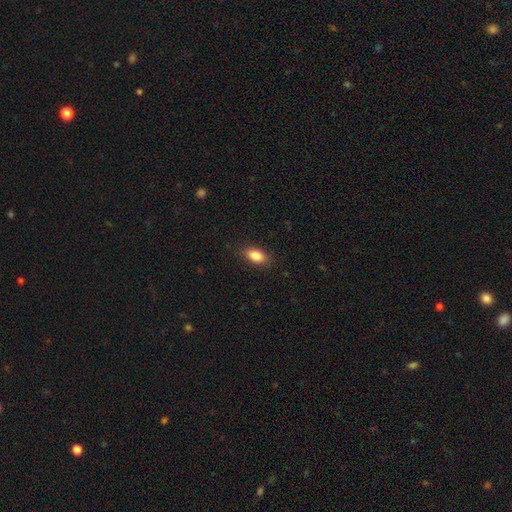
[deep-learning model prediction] This appears to be a smooth galaxy with no disk features (86%) that is in between round and cigar-shaped (89%). Merging: none (86%).